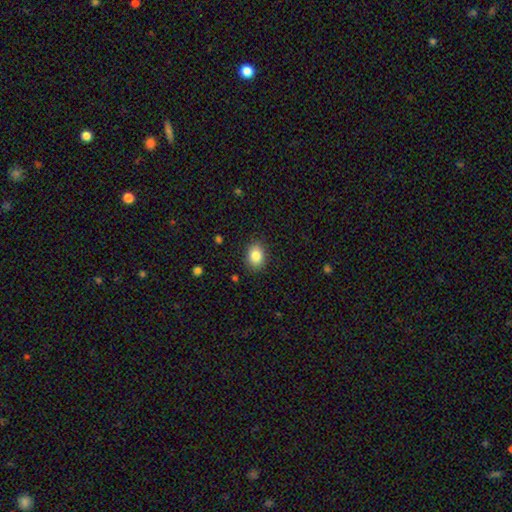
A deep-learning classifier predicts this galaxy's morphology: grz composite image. It shows a smooth galaxy with no disk features (85%) that is in between round and cigar-shaped (64%). Merging: none (88%).